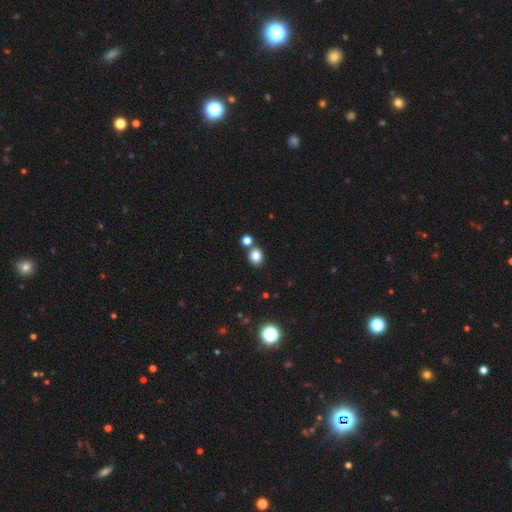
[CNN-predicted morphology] type=smooth (82%); roundness=round (65%); merging=none (75%).